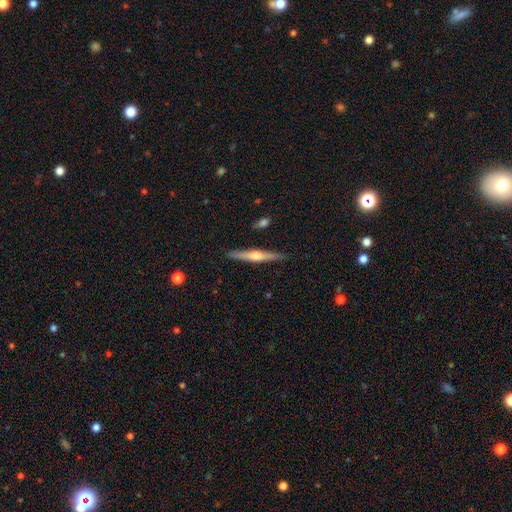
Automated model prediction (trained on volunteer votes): Smooth or featured? featured or disk (65%)
Edge-on disk? yes (98%)
Edge-on bulge? rounded (86%)
Merging? none (90%)